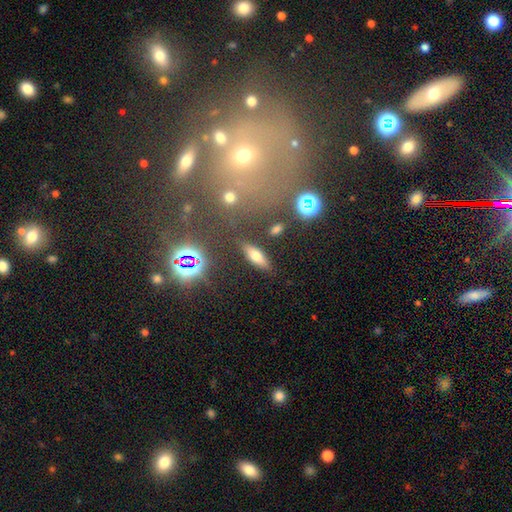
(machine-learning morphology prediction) Smooth or featured? smooth (63%)
How rounded? in between (60%)
Merging? none (82%)